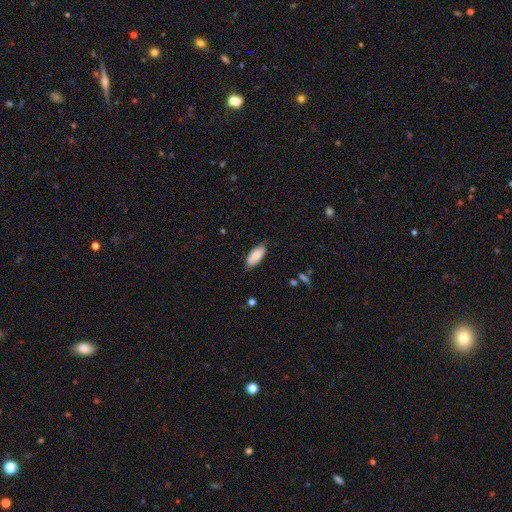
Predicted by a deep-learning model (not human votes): Smooth or featured: smooth — 80% (featured or disk — 13%)
How rounded: in between — 87% (cigar-shaped — 11%)
Merging: none — 75% (minor disturbance — 21%)